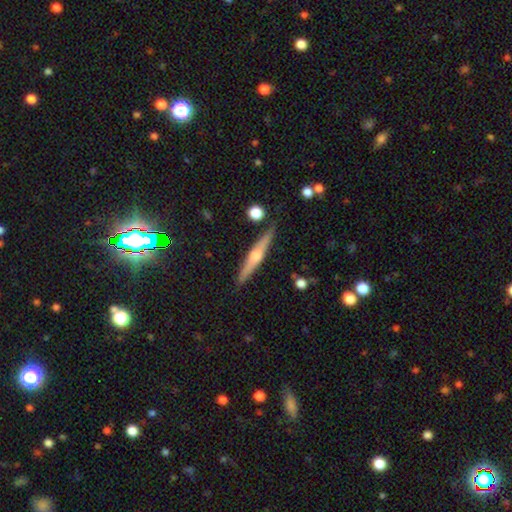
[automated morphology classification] Overall: featured or disk (66%). Edge-on disk: yes (97%). Edge-on bulge: rounded (88%). Merging: none (89%).